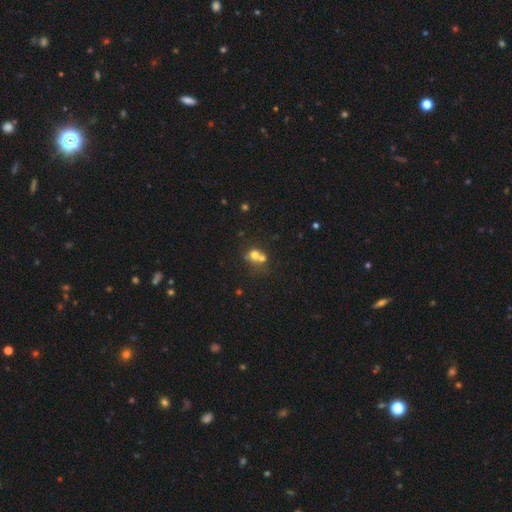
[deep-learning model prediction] Overall: smooth (64%). How rounded: round (72%). Merging: merger (58%; none 30%).